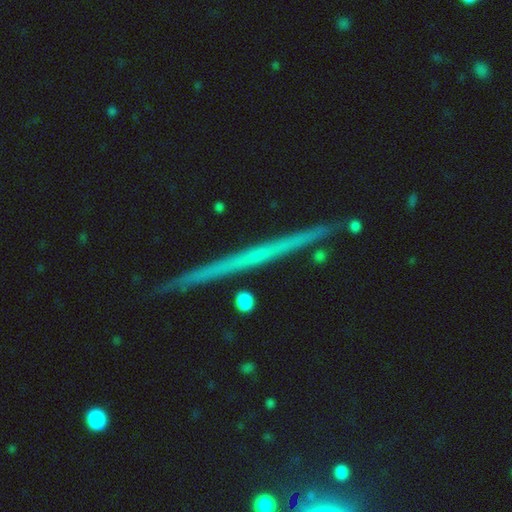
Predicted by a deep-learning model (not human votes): smooth_or_featured: featured or disk (p=0.56) [alt: star or artifact p=0.22]
disk_edge_on: yes (p=0.96) [alt: no p=0.04]
edge_on_bulge: none (p=0.83) [alt: rounded p=0.11]
merging: none (p=0.91) [alt: minor disturbance p=0.06]